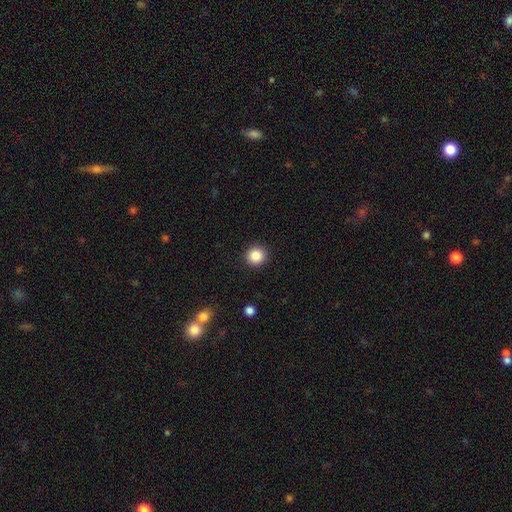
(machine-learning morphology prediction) Smooth or featured? smooth (87%)
How rounded? round (95%)
Merging? none (92%)